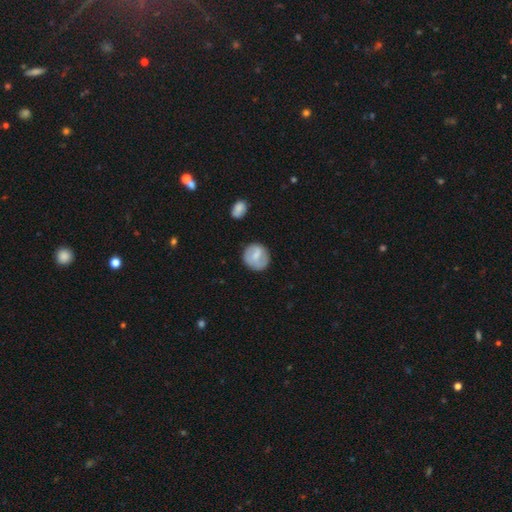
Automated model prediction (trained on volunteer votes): smooth-or-featured: smooth: 64% | featured or disk: 30% | star or artifact: 7%
  how-rounded: round: 84% | in between: 15% | cigar-shaped: 1%
  merging: none: 75% | minor disturbance: 17% | major disturbance: 6% | merger: 2%